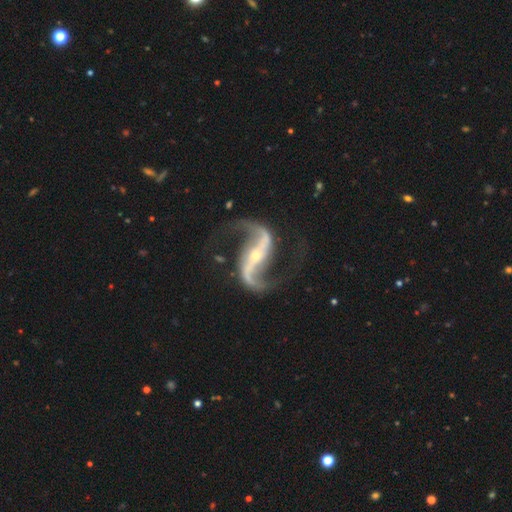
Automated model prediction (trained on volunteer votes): This is clearly a featured or disk galaxy (94%). It is clearly not viewed edge-on (97%). Bar: possibly strong (60%). Spiral arm pattern: clearly yes (98%). Spiral arm count: clearly 2 (95%). Spiral winding: likely loose (69%). Central bulge: likely small (70%). Merging: likely none (80%).